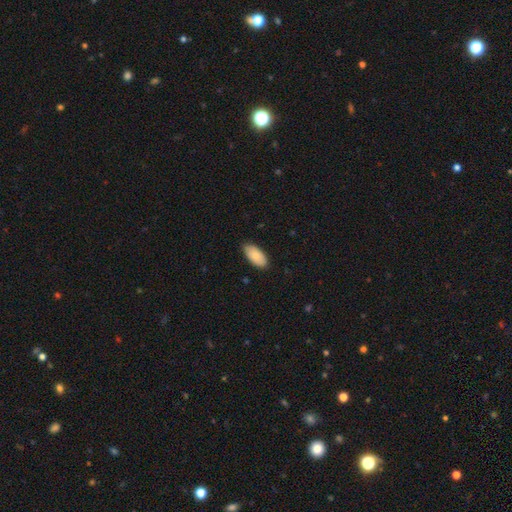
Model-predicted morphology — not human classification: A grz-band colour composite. It shows a smooth galaxy with no disk features (81%) that is in between round and cigar-shaped (93%). Merging: none (83%).